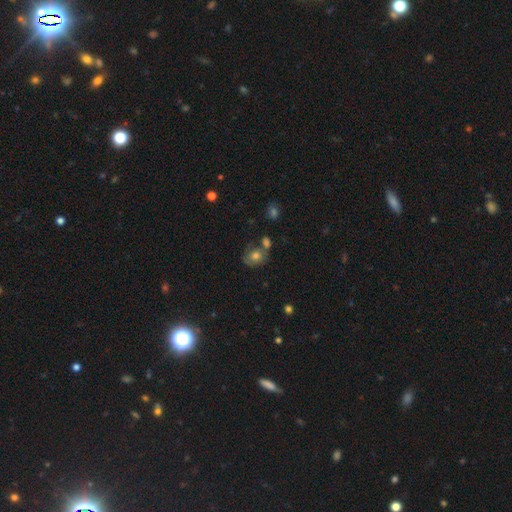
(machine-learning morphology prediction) Smooth or featured? smooth (60%)
How rounded? round (61%)
Merging? none (46%)